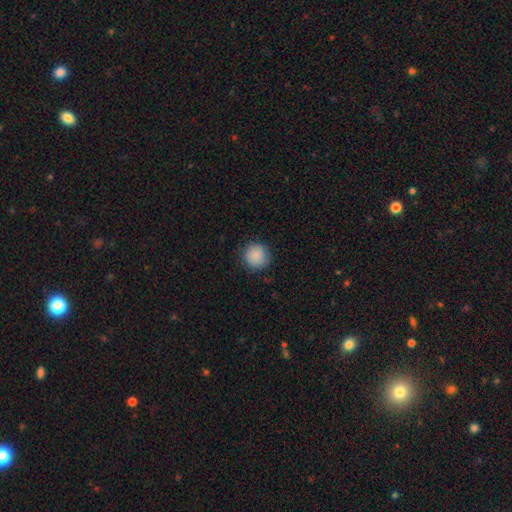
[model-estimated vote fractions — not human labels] This is clearly a smooth galaxy (88%). How rounded: clearly round (94%). Merging: clearly none (88%).